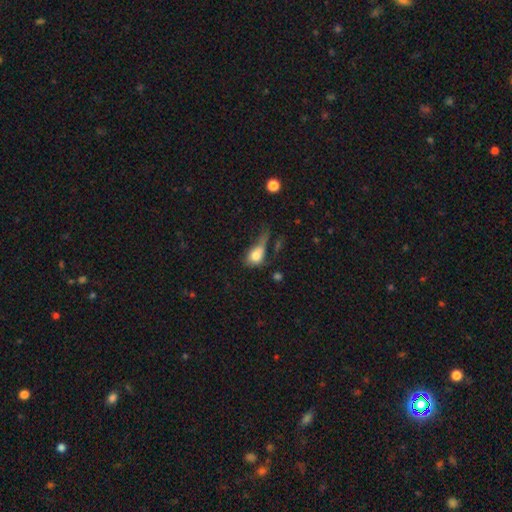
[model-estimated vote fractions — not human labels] smooth-or-featured: smooth: 75% | featured or disk: 16% | star or artifact: 10%
  how-rounded: in between: 69% | round: 27% | cigar-shaped: 4%
  merging: major disturbance: 43% | minor disturbance: 23% | none: 22% | merger: 12%